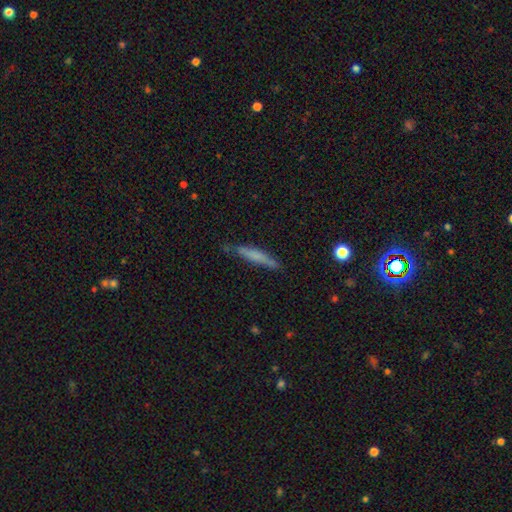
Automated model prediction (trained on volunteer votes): A smooth galaxy with no disk features (62%) that is cigar-shaped (93%). Merging: none (77%).